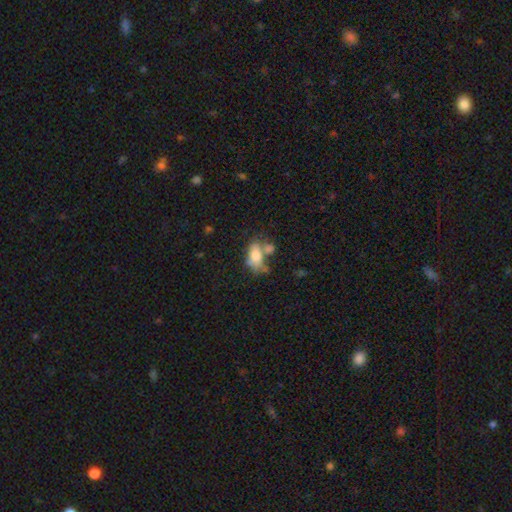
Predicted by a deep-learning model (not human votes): This appears to be a smooth galaxy with no disk features (69%) that is in between round and cigar-shaped (88%). Merging: none (33%).